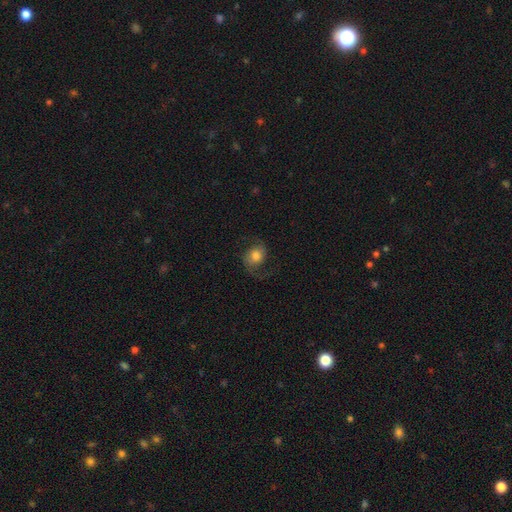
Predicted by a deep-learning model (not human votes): This appears to be a featured or disk galaxy (57%) with no bar (68%), 2 (86%) loose (61%) spiral arms (92%) and a moderate central bulge (47%). Merging: none (64%).